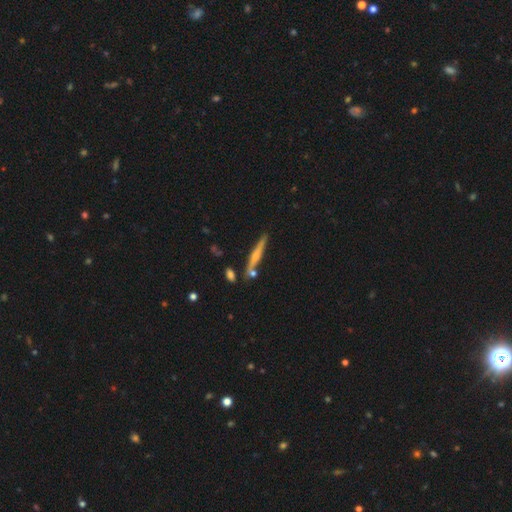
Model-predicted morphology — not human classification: A featured or disk galaxy (54%) viewed edge-on (96%) with a rounded central bulge (63%).

Vote fractions:
- Smooth or featured? featured or disk: 54% / smooth: 40% / star or artifact: 7%
- Edge-on disk? yes: 96% / no: 4%
- Edge-on bulge? rounded: 63% / none: 26% / boxy: 11%
- Merging? none: 77% / minor disturbance: 12% / merger: 9% / major disturbance: 3%